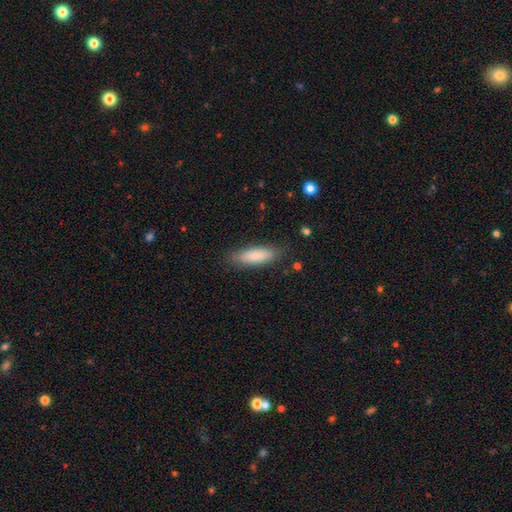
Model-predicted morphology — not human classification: A smooth galaxy with no disk features (86%) that is in between round and cigar-shaped (51%).

Vote fractions:
- Smooth or featured? smooth: 86% / featured or disk: 8% / star or artifact: 6%
- How rounded? in between: 51% / cigar-shaped: 47% / round: 2%
- Merging? none: 84% / minor disturbance: 12% / major disturbance: 3% / merger: 1%